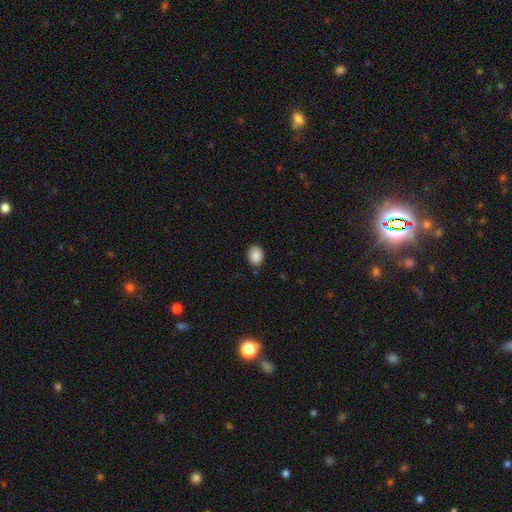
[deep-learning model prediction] Smooth or featured? smooth (89%)
How rounded? in between (63%)
Merging? none (84%)